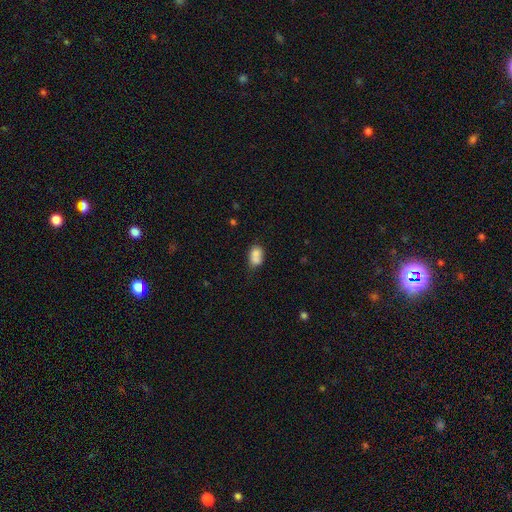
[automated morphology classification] This is likely a smooth galaxy (76%). How rounded: likely in between (73%). Merging: marginally none (38%).